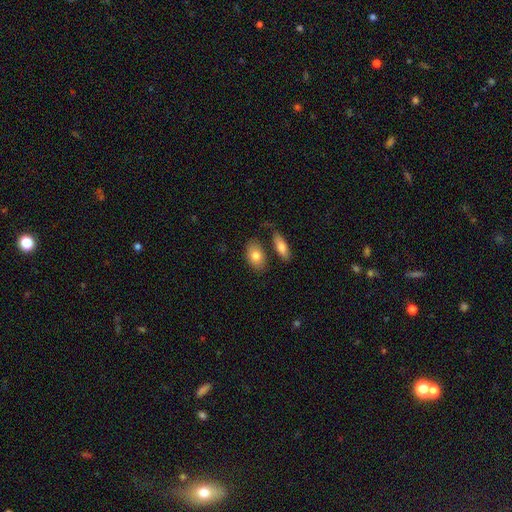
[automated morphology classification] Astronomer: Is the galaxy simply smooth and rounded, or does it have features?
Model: smooth — 80%.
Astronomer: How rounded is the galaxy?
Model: in between — 89%.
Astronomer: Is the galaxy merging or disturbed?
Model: none — 68%.